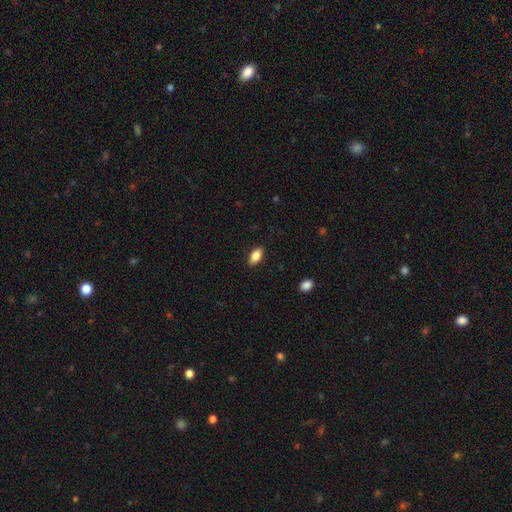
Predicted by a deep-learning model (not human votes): A smooth galaxy with no disk features (80%) that is in between round and cigar-shaped (88%). Merging: none (88%).